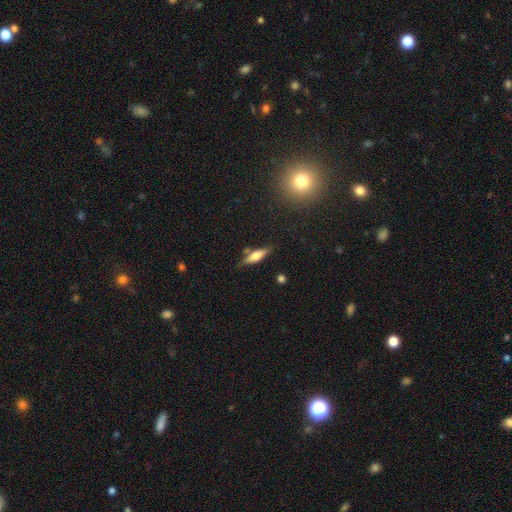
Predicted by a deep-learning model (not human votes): smooth 58%, featured or disk 34%, star or artifact 8%. Down the decision tree: how rounded — cigar-shaped (54%); merging — none (74%).